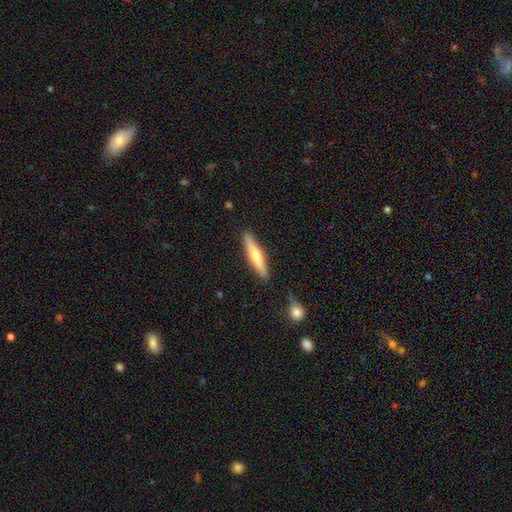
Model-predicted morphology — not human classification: A featured or disk galaxy (49%). Merging: none (87%).